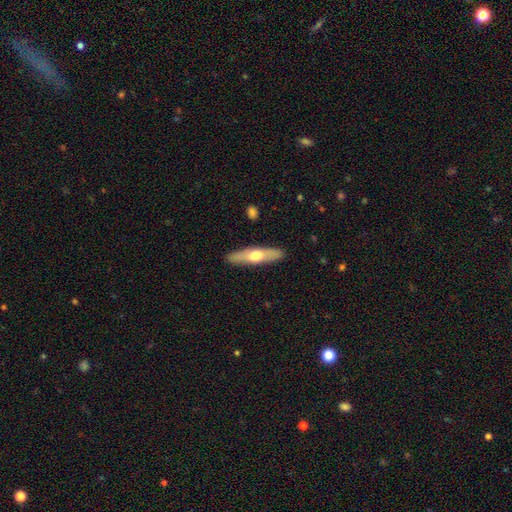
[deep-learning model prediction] This appears to be a featured or disk galaxy (48%). Merging: none (89%).